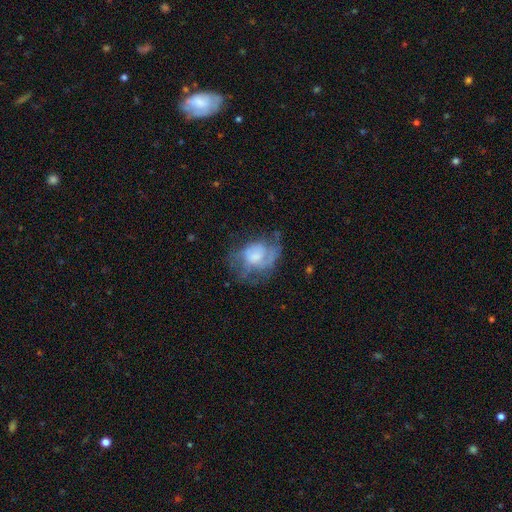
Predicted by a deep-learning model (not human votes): A featured or disk galaxy (53%) with no bar (75%), spiral arms (57%) and a moderate central bulge (30%). Merging: none (40%).